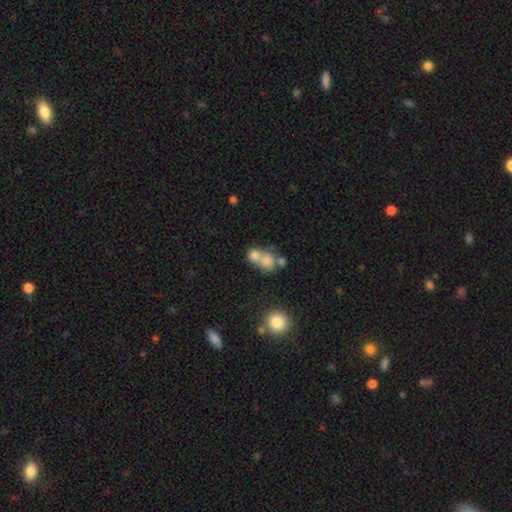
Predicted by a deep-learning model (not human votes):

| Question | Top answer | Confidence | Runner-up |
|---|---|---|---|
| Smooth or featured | smooth | 73% | featured or disk (16%) |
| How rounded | round | 67% | in between (32%) |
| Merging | merger | 62% | none (26%) |